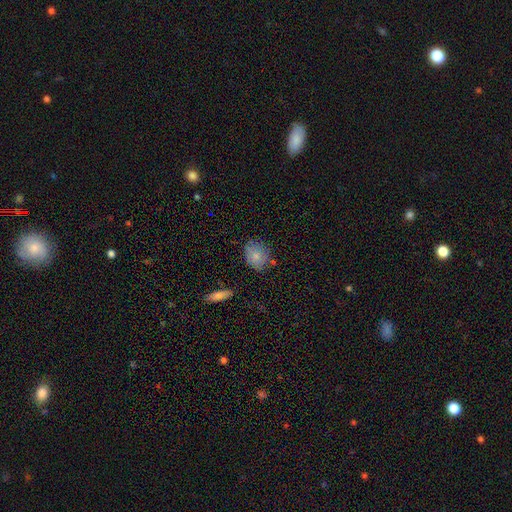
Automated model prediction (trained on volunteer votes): The model was most divided on "how rounded": round: 52%, in between: 46%, cigar-shaped: 2%. More confident: smooth or featured — smooth (76%); merging — none (68%).